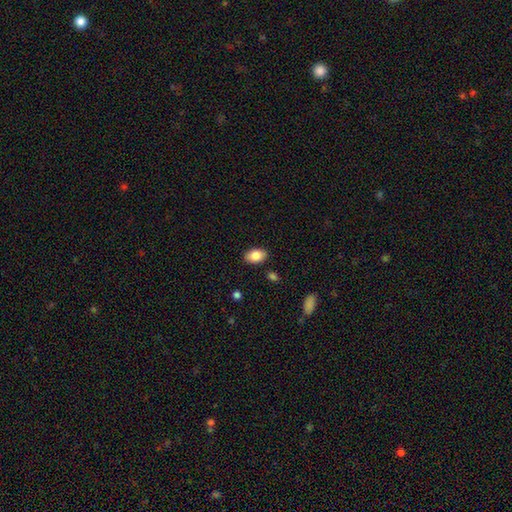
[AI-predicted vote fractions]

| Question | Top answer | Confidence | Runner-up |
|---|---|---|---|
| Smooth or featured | smooth | 85% | star or artifact (7%) |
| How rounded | in between | 88% | round (10%) |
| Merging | none | 86% | minor disturbance (10%) |